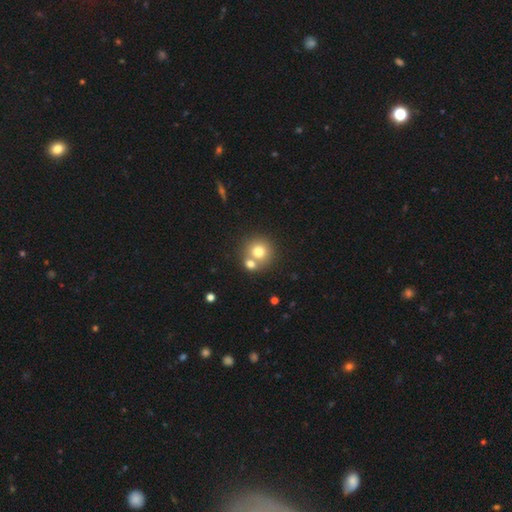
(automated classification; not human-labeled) A smooth galaxy with no disk features (71%) that is round (91%).

Vote fractions:
- Smooth or featured? smooth: 71% / star or artifact: 15% / featured or disk: 14%
- How rounded? round: 91% / in between: 8% / cigar-shaped: 1%
- Merging? none: 60% / merger: 31% / minor disturbance: 7% / major disturbance: 3%